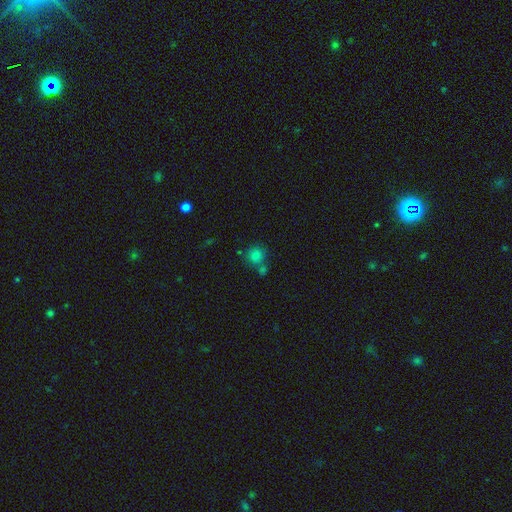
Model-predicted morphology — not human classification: Smooth or featured: smooth — 78% (star or artifact — 14%)
How rounded: round — 90% (in between — 9%)
Merging: none — 65% (merger — 22%)